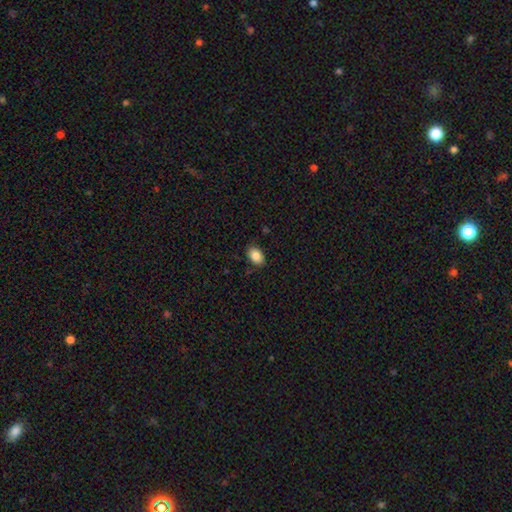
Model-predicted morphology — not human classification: type=smooth (85%); roundness=in between (83%); merging=none (85%).